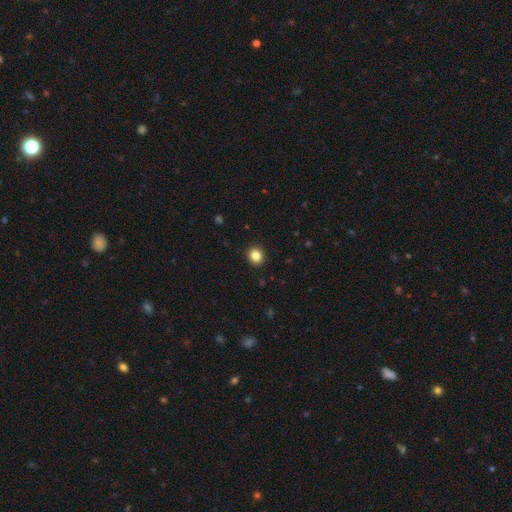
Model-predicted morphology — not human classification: smooth-or-featured: smooth: 85% | star or artifact: 11% | featured or disk: 4%
  how-rounded: round: 81% | in between: 19% | cigar-shaped: 1%
  merging: none: 92% | minor disturbance: 5% | major disturbance: 2% | merger: 1%